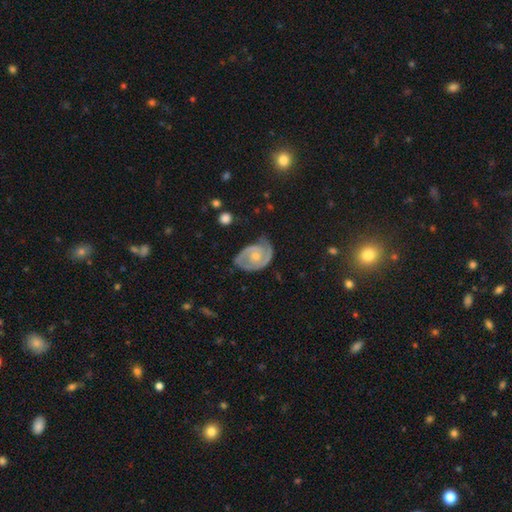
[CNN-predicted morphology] Overall: featured or disk (82%). Edge-on disk: no (97%). Bar: no (72%). Spiral arms: yes (93%). Spiral arm count: 2 (71%). Spiral winding: tight (52%; medium 37%). Bulge size: moderate (51%; small 44%). Merging: none (60%; minor disturbance 27%).